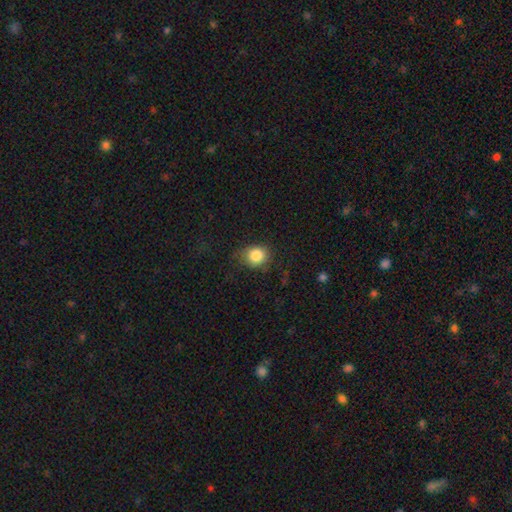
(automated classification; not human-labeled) smooth_or_featured: smooth (p=0.85) [alt: star or artifact p=0.09]
how_rounded: round (p=0.67) [alt: in between p=0.32]
merging: none (p=0.67) [alt: minor disturbance p=0.23]